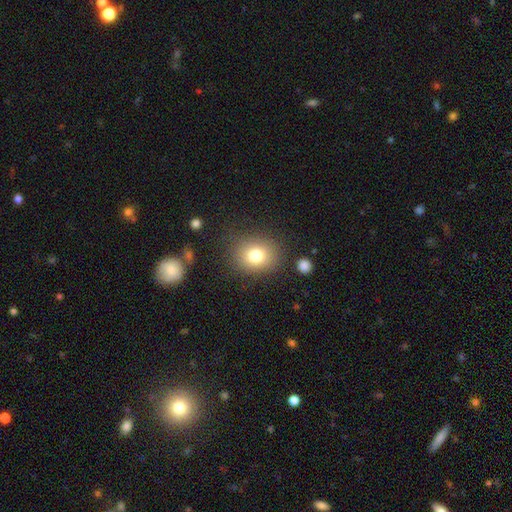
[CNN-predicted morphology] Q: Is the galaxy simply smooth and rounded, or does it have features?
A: smooth — 78%.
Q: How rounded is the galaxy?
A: round — 66%.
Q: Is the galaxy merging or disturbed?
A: none — 82%.